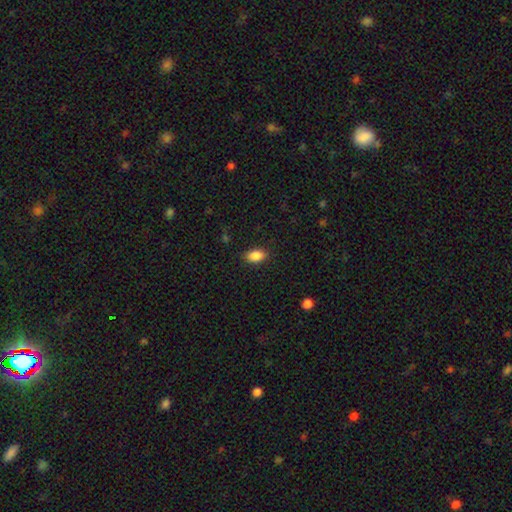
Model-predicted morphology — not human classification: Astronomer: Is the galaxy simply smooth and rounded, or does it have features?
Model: smooth — 87%.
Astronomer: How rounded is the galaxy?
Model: in between — 89%.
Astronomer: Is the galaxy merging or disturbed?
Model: none — 87%.